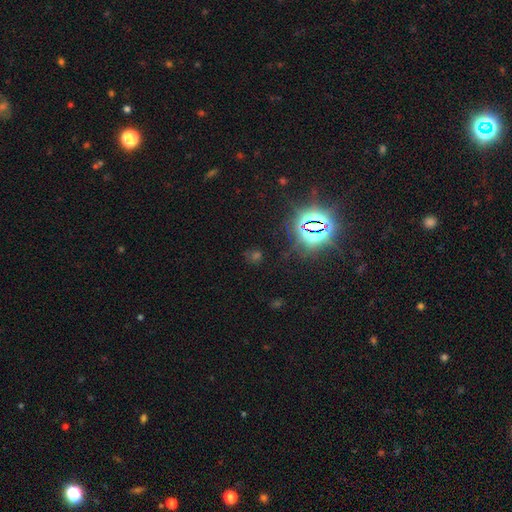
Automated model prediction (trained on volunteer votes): Smooth or featured? Predicted: star or artifact (p=0.71).